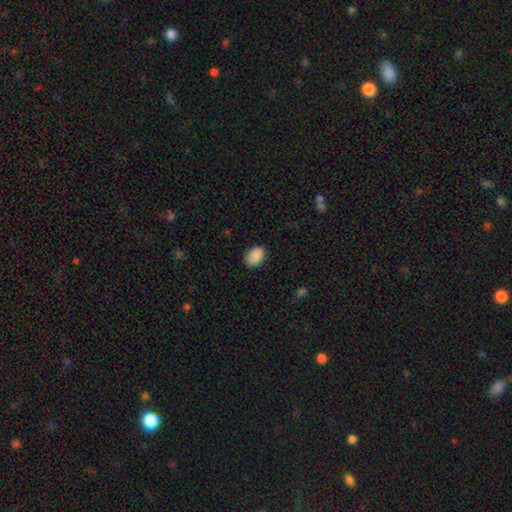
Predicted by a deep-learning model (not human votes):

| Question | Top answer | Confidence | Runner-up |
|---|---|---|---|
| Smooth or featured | smooth | 87% | star or artifact (7%) |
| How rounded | in between | 81% | round (18%) |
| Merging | none | 80% | minor disturbance (16%) |